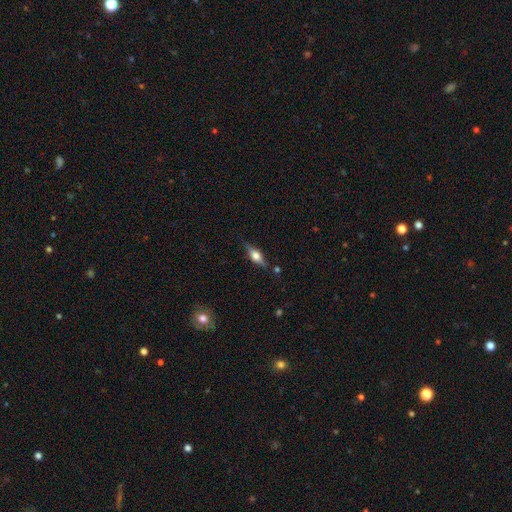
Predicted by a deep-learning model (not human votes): A featured or disk galaxy (63%) viewed edge-on (95%) with a rounded central bulge (90%). Merging: none (81%).